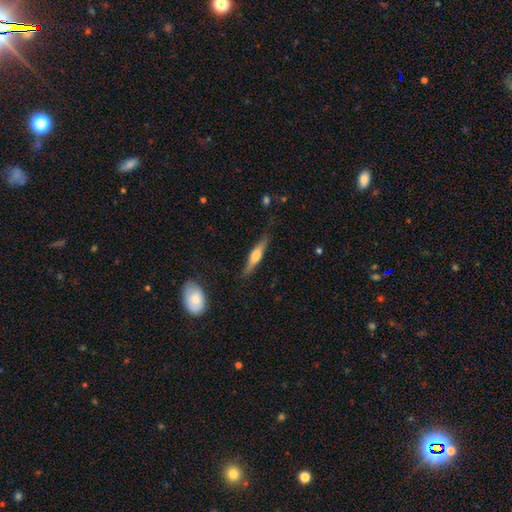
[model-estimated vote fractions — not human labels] A featured or disk galaxy (56%) viewed edge-on (95%) with a rounded central bulge (87%). Merging: none (82%).